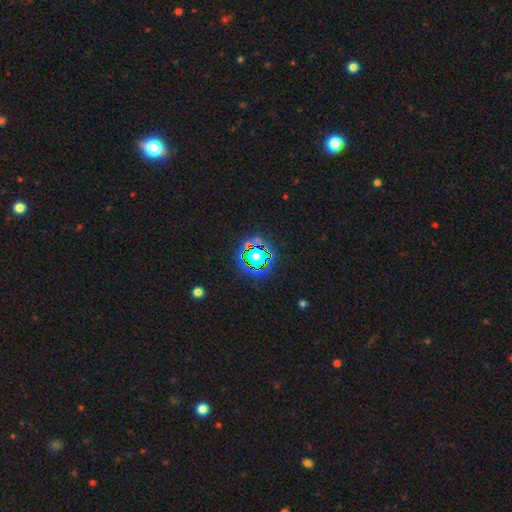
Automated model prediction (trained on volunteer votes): A star or artifact, not a galaxy (58%).

Vote fractions:
- Smooth or featured? star or artifact: 58% / smooth: 28% / featured or disk: 14%